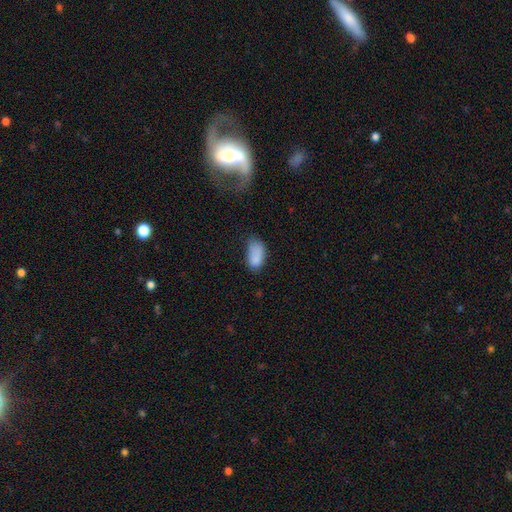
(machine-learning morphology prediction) The model was most divided on "merging": none: 40%, minor disturbance: 38%, major disturbance: 18%, merger: 4%. More confident: how rounded — in between (93%); smooth or featured — smooth (83%).